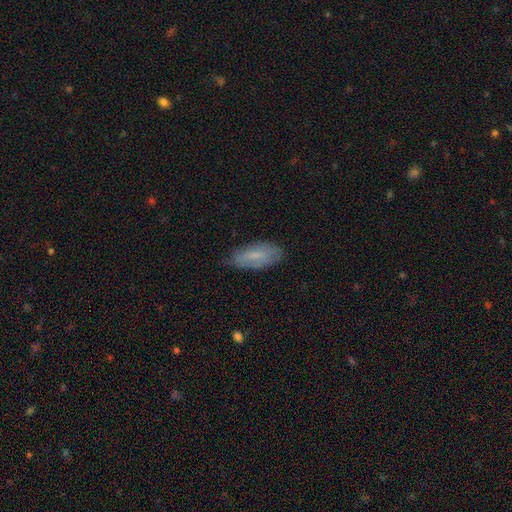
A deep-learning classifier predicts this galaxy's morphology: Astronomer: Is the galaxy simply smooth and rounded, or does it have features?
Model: smooth — 63%.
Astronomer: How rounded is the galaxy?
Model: in between — 81%.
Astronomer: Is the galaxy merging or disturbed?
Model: none — 75%.